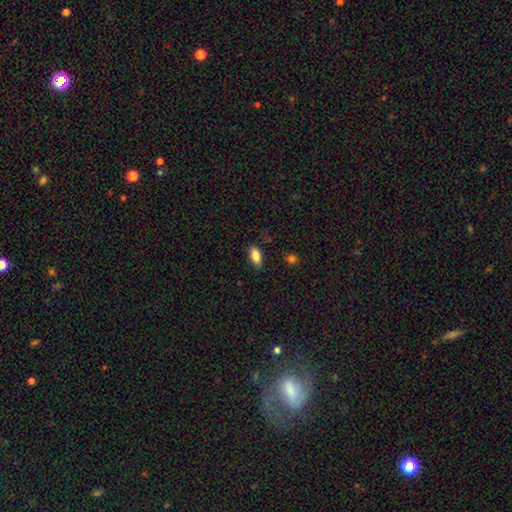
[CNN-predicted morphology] type=smooth (84%); roundness=in between (89%); merging=none (79%).